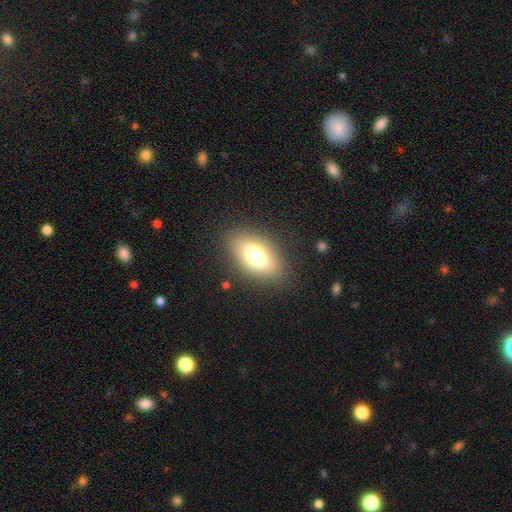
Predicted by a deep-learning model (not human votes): Overall: smooth (71%). How rounded: in between (87%). Merging: none (85%).